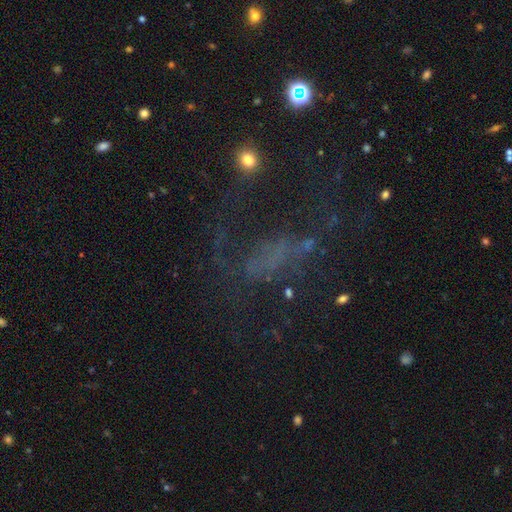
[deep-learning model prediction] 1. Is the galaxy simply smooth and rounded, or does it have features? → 41% featured or disk, 32% star or artifact, 27% smooth.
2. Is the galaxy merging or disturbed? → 41% major disturbance, 38% none, 16% minor disturbance, 6% merger.